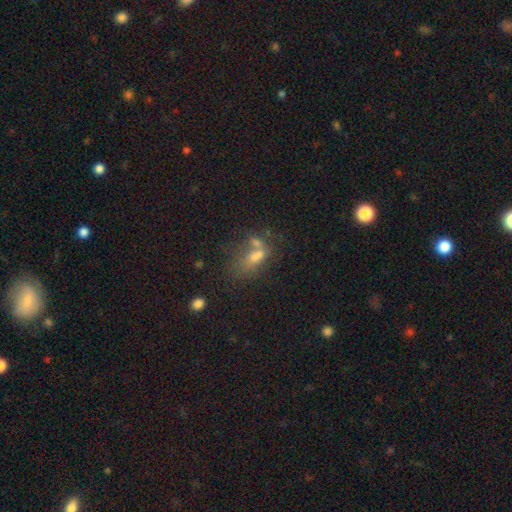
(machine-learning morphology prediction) Smooth or featured? Predicted: smooth (p=0.55). How rounded? Predicted: in between (p=0.73). Merging? Predicted: merger (p=0.41).